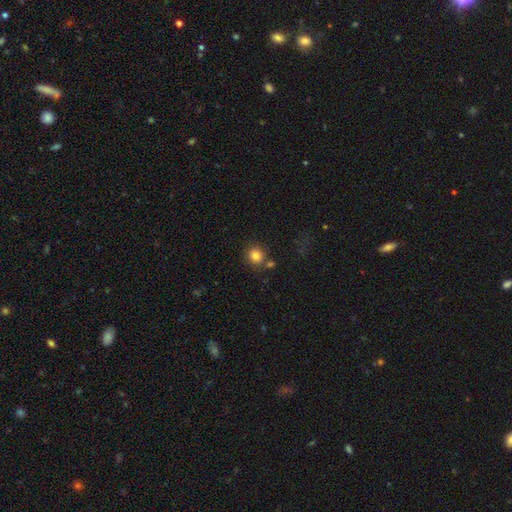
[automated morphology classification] smooth-or-featured: smooth: 84% | star or artifact: 11% | featured or disk: 6%
  how-rounded: round: 87% | in between: 12% | cigar-shaped: 1%
  merging: none: 75% | merger: 12% | minor disturbance: 10% | major disturbance: 3%